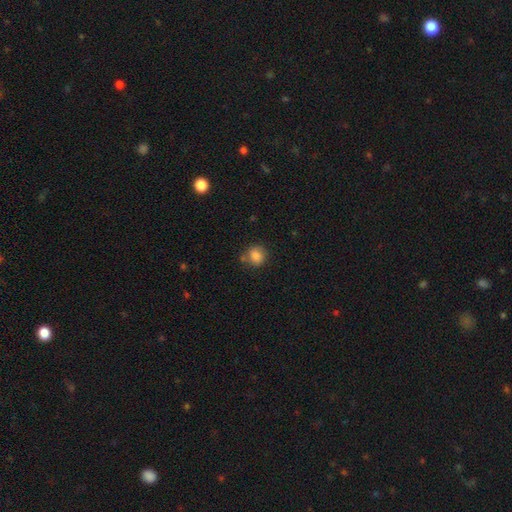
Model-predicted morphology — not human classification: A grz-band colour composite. It shows a smooth galaxy with no disk features (83%) that is round (81%). Merging: none (70%).